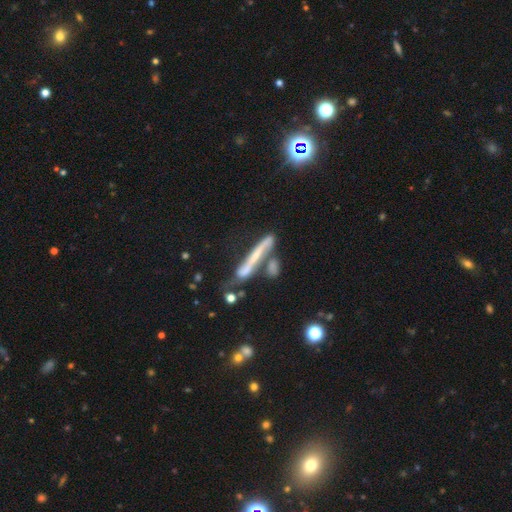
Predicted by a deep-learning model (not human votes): Morphology: type=featured or disk (56%); edge-on=yes (80%); merging=none (42%).